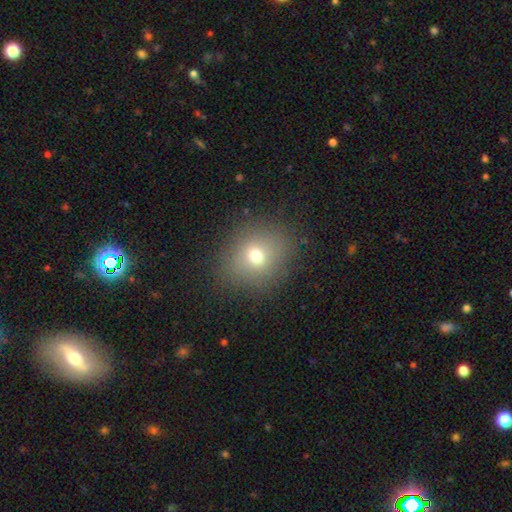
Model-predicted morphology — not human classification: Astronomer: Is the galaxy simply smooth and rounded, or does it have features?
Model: smooth — 68%.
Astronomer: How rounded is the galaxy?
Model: round — 73%.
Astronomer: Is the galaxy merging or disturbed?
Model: none — 85%.